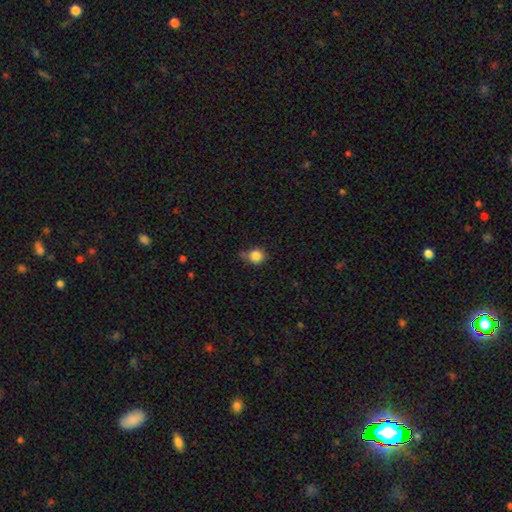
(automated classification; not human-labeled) A smooth galaxy with no disk features (85%) that is round (86%). Merging: none (65%).